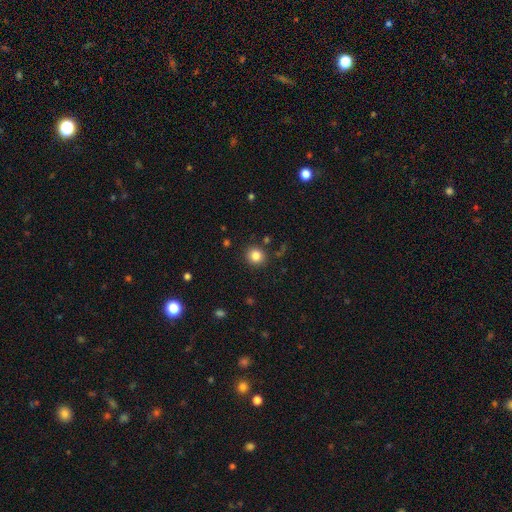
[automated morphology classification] Overall: smooth (83%). How rounded: round (88%). Merging: none (88%).